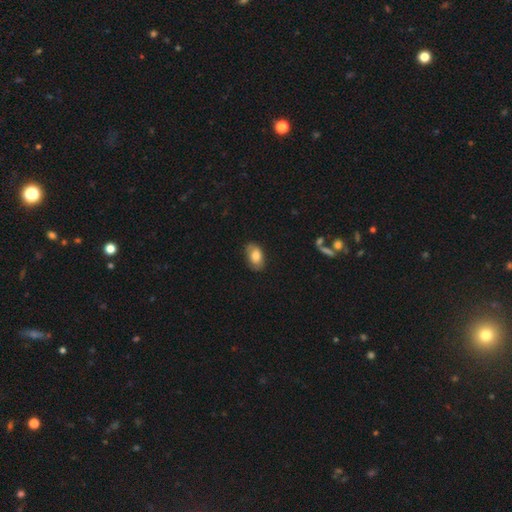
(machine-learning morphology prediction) smooth 79%, featured or disk 14%, star or artifact 7%. Down the decision tree: how rounded — in between (91%); merging — none (76%).